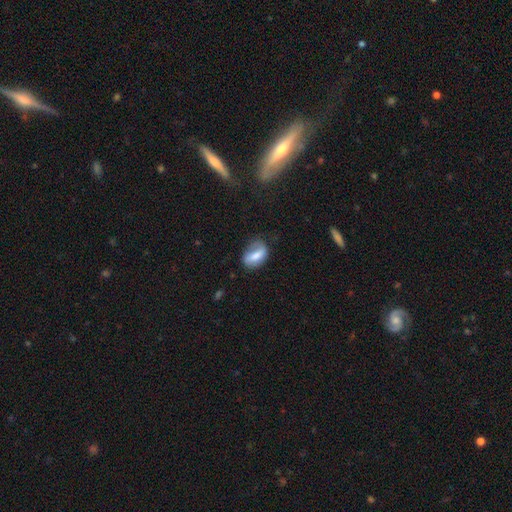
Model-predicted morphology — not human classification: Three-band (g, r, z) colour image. It shows a smooth galaxy with no disk features (61%) that is in between round and cigar-shaped (82%). Merging: none (52%).